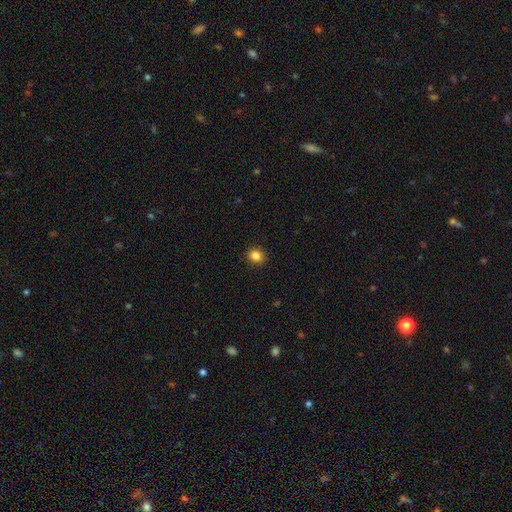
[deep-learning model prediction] smooth-or-featured: smooth: 85% | star or artifact: 11% | featured or disk: 4%
  how-rounded: round: 71% | in between: 29% | cigar-shaped: 1%
  merging: none: 91% | minor disturbance: 6% | major disturbance: 2% | merger: 1%